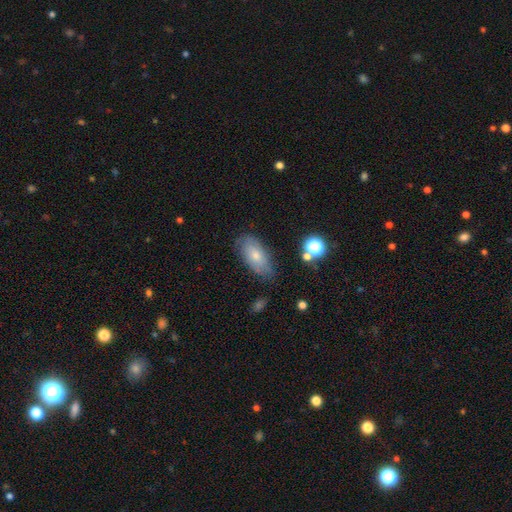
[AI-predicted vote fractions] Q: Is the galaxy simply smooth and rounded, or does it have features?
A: smooth — 63%.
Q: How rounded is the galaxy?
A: in between — 89%.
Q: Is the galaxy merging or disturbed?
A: none — 70%.